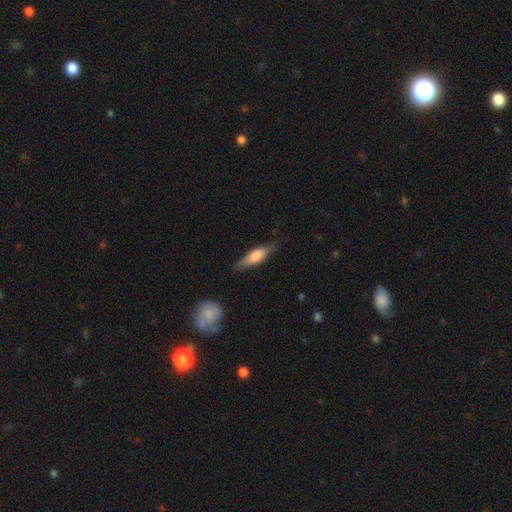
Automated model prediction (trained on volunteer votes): The model was most divided on "how rounded": in between: 49%, cigar-shaped: 48%, round: 2%. More confident: merging — none (72%); smooth or featured — smooth (66%).